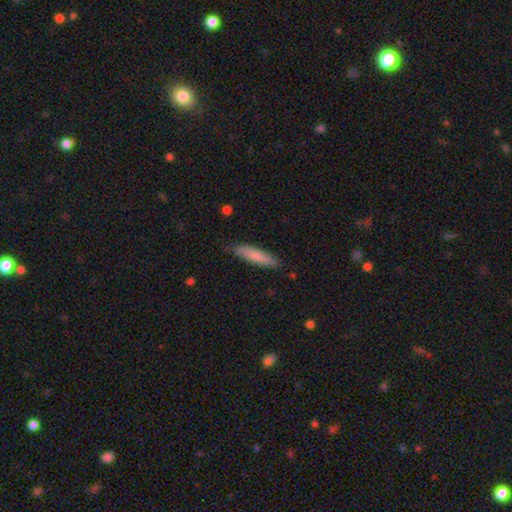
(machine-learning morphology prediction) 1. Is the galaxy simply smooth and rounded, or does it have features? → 79% smooth, 15% featured or disk, 5% star or artifact.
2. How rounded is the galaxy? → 84% cigar-shaped, 15% in between, 1% round.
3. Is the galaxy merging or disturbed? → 83% none, 14% minor disturbance, 2% major disturbance, 1% merger.